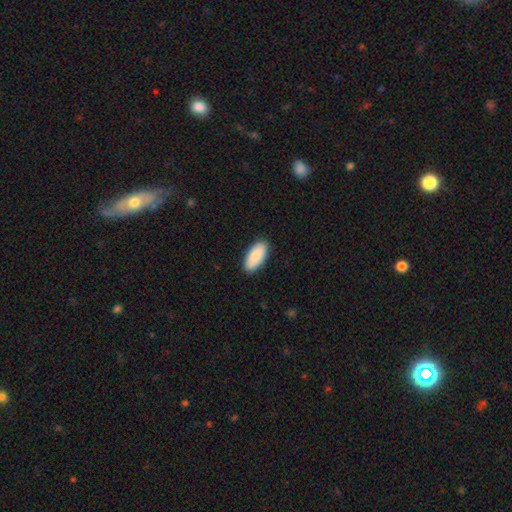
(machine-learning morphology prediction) Overall: smooth (89%). How rounded: in between (92%). Merging: none (88%).